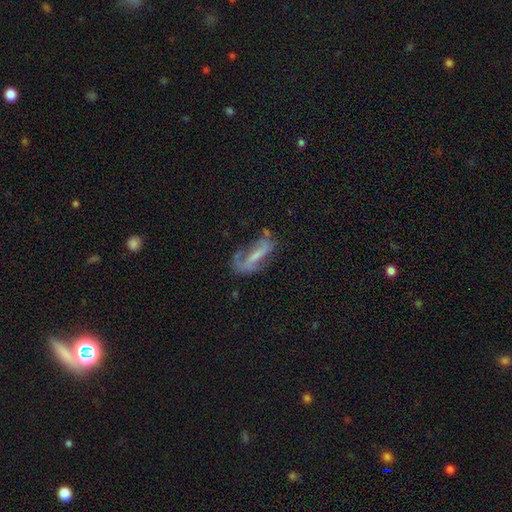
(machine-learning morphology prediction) type=featured or disk (64%); edge-on=no (84%); bar=strong (37%); spiral arms=yes (68%); bulge=small (42%); merging=none (42%).